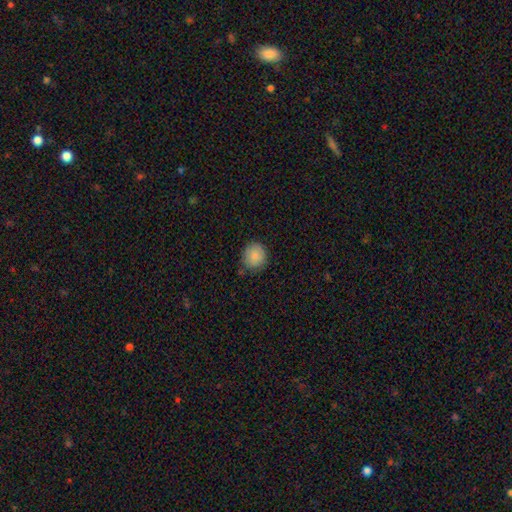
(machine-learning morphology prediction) Smooth or featured? Predicted: smooth (p=0.88). How rounded? Predicted: round (p=0.86). Merging? Predicted: none (p=0.83).